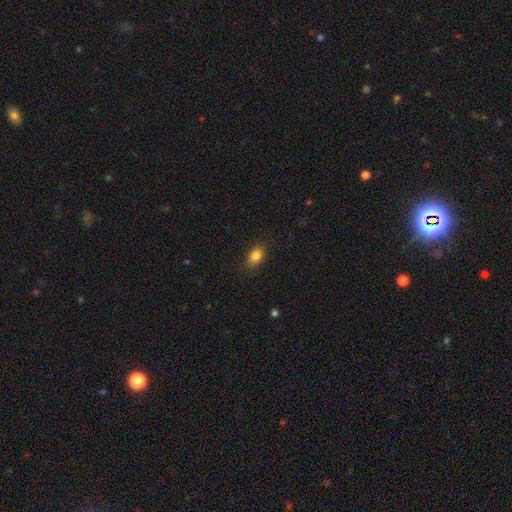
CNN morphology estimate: This is clearly a smooth galaxy (85%). How rounded: clearly in between (83%). Merging: clearly none (86%).